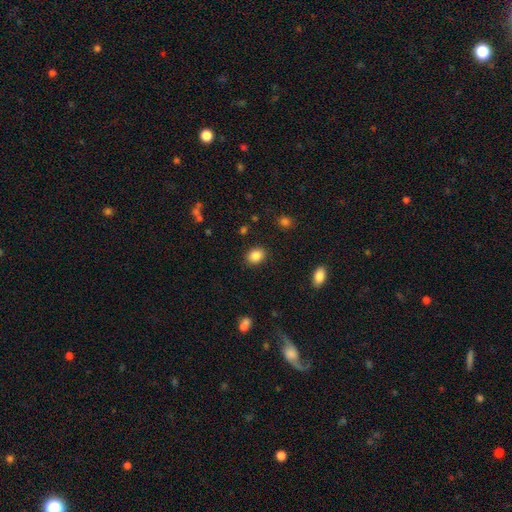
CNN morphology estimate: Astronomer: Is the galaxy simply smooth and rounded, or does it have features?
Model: smooth — 86%.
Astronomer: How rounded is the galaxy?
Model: in between — 56% (runner-up: round, 43%).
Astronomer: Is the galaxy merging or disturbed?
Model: none — 88%.